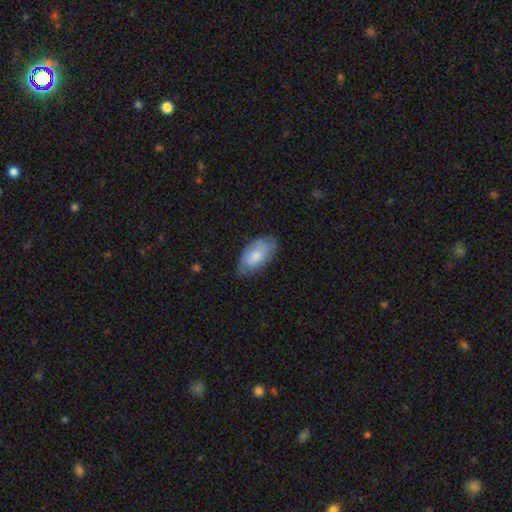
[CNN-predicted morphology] This is likely a smooth galaxy (70%). How rounded: clearly in between (94%). Merging: likely none (70%).